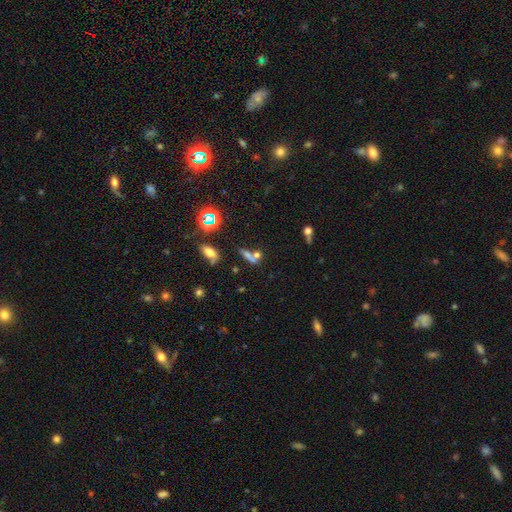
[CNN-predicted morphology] Smooth or featured: smooth — 56% (star or artifact — 26%)
How rounded: in between — 39% (round — 36%)
Merging: merger — 45% (none — 39%)